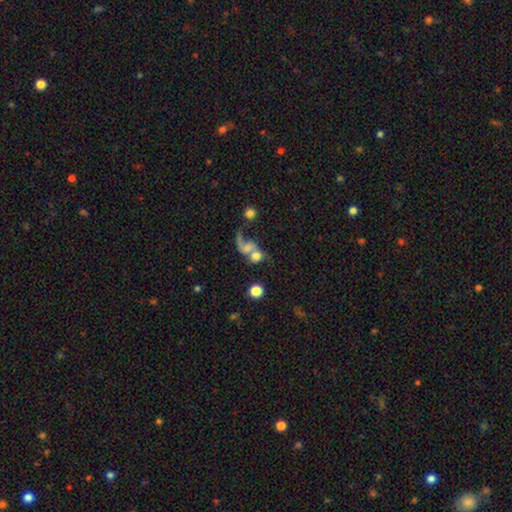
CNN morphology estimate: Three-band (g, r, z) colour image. It shows a smooth galaxy with no disk features (47%). Merging: merger (58%).